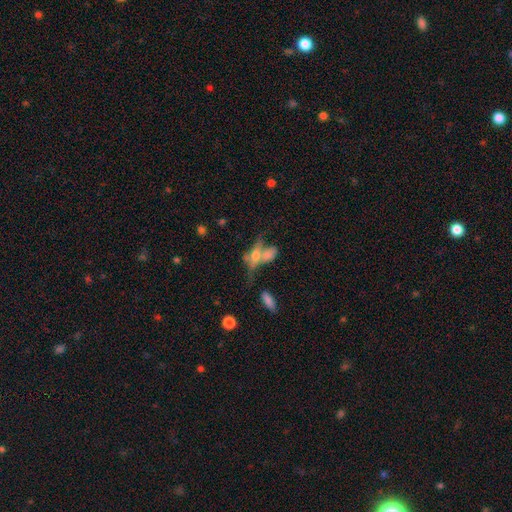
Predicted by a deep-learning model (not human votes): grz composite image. It shows a featured or disk galaxy (51%) viewed edge-on (71%). Merging: merger (38%, tied with none).